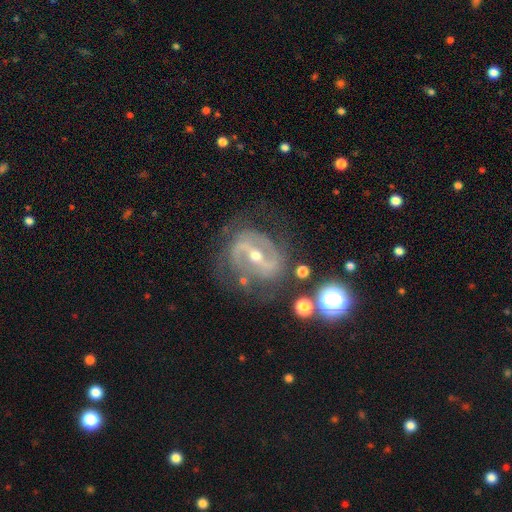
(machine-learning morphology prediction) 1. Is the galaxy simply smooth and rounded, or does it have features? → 87% featured or disk, 7% star or artifact, 6% smooth.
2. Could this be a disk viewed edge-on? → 96% no, 4% yes.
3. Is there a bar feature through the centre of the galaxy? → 64% strong, 26% weak, 10% no.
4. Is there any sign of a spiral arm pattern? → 91% yes, 9% no.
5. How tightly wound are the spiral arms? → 49% medium, 33% tight, 18% loose.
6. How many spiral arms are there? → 81% 2, 9% can't tell, 5% 3, 2% 1, 2% 4, 1% more than 4.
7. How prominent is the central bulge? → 52% small, 46% moderate, 1% large, 1% none, 1% dominant.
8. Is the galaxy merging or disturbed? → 68% none, 18% minor disturbance, 11% major disturbance, 3% merger.